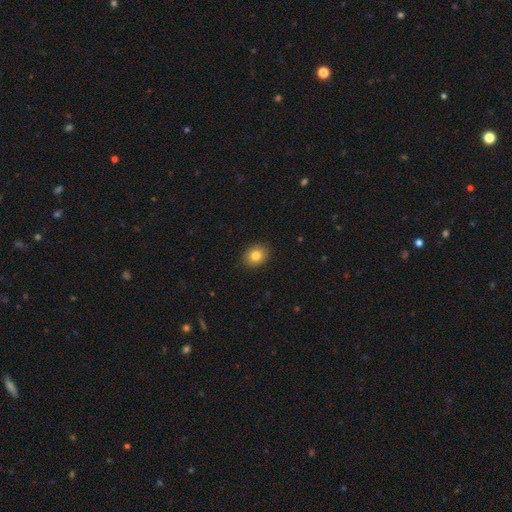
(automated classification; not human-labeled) This appears to be a smooth galaxy with no disk features (83%) that is round (56%). Merging: none (89%).